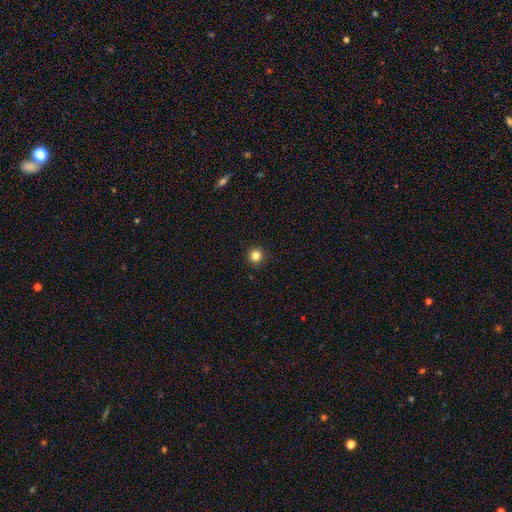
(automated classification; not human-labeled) Smooth or featured? Predicted: smooth (p=0.84). How rounded? Predicted: round (p=0.95). Merging? Predicted: none (p=0.92).